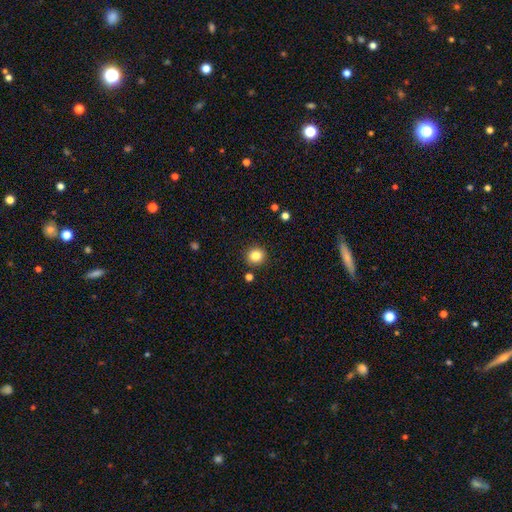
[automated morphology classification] The model was most divided on "smooth or featured": smooth: 83%, star or artifact: 12%, featured or disk: 6%. More confident: how rounded — round (92%); merging — none (90%).